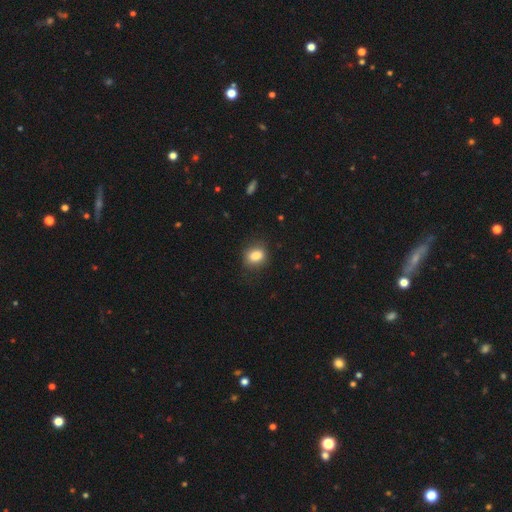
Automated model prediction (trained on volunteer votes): This appears to be a smooth galaxy with no disk features (84%) that is in between round and cigar-shaped (54%). Merging: none (81%).